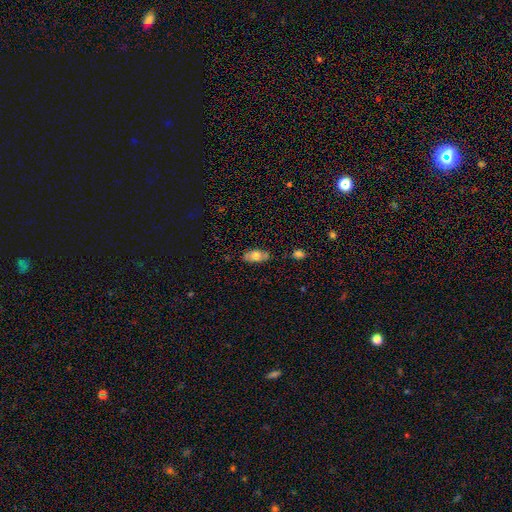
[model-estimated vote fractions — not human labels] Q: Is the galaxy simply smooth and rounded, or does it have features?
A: smooth — 71%.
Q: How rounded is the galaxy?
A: in between — 88%.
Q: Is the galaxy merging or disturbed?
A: none — 77%.